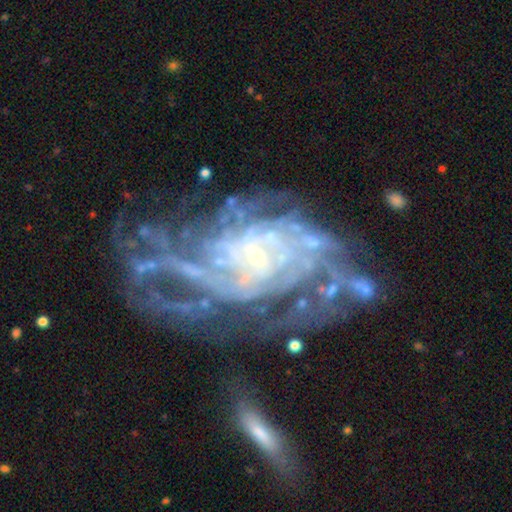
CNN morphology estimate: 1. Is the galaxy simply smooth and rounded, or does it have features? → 88% featured or disk, 7% star or artifact, 5% smooth.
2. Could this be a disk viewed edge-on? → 97% no, 3% yes.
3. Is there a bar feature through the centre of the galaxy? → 63% no, 27% weak, 10% strong.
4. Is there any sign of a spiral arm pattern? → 95% yes, 5% no.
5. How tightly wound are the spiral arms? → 60% tight, 30% medium, 10% loose.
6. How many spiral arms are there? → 30% can't tell, 21% 4, 18% more than 4, 12% 3, 11% 2, 8% 1.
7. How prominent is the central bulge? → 81% small, 11% moderate, 5% none, 2% large, 1% dominant.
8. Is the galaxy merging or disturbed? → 47% none, 23% major disturbance, 21% minor disturbance, 9% merger.